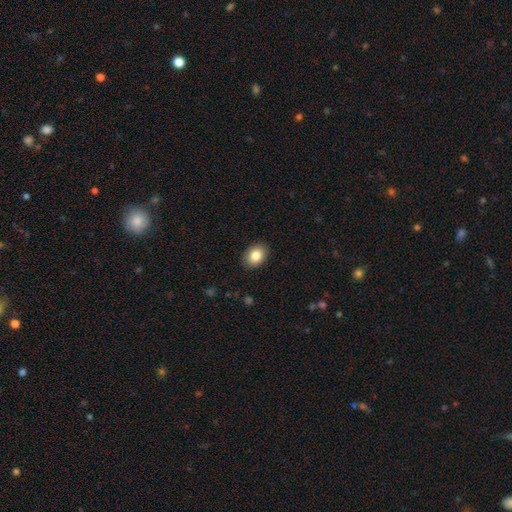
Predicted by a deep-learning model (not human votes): This appears to be a smooth galaxy with no disk features (84%) that is in between round and cigar-shaped (68%). Merging: none (89%).